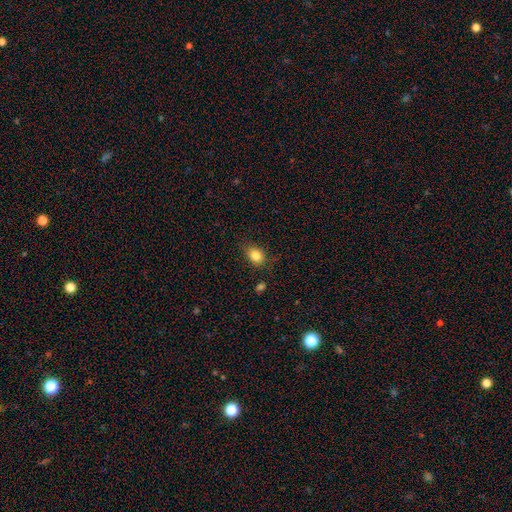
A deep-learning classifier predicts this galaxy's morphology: Smooth or featured? Predicted: smooth (p=0.83). How rounded? Predicted: in between (p=0.62). Merging? Predicted: none (p=0.76).